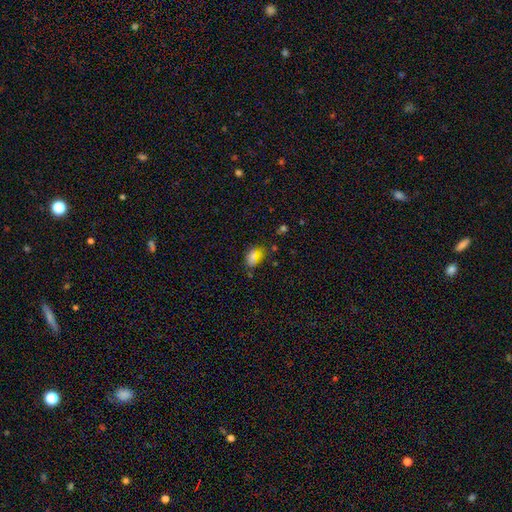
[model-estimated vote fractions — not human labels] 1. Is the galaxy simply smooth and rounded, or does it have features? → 71% smooth, 19% star or artifact, 10% featured or disk.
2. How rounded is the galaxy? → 81% in between, 17% round, 3% cigar-shaped.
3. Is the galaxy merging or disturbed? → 68% none, 22% minor disturbance, 6% major disturbance, 4% merger.